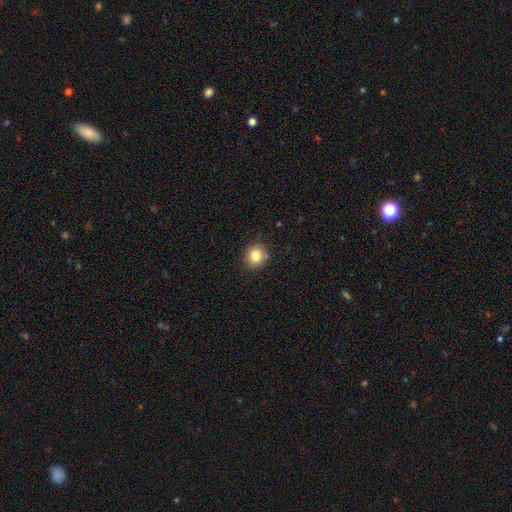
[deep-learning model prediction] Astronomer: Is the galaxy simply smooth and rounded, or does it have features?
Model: smooth — 82%.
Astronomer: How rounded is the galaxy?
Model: round — 83%.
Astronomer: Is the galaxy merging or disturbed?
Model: none — 85%.